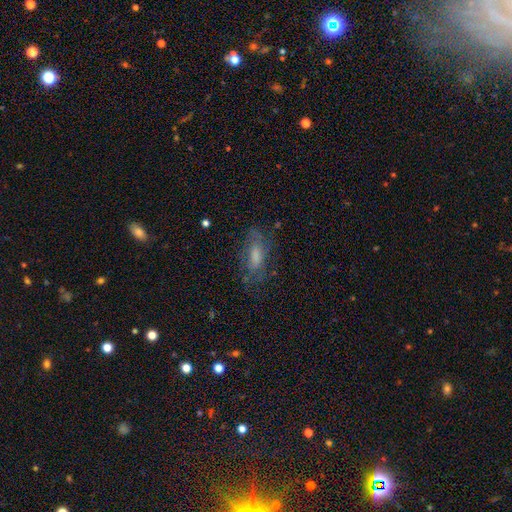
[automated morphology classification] Smooth or featured: featured or disk — 45% (smooth — 42%)
Merging: none — 69% (minor disturbance — 19%)